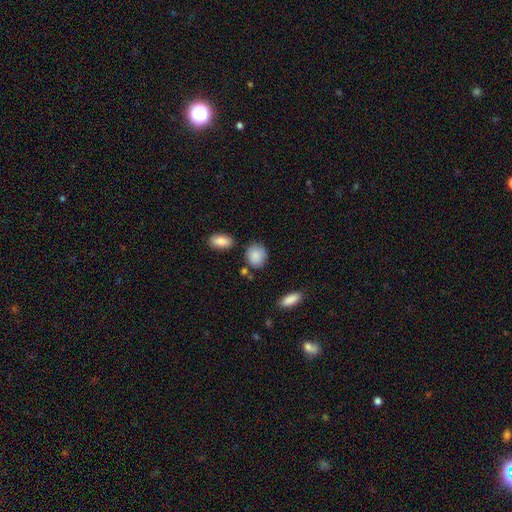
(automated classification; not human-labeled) Smooth or featured: smooth — 88% (star or artifact — 7%)
How rounded: round — 62% (in between — 36%)
Merging: none — 75% (minor disturbance — 16%)